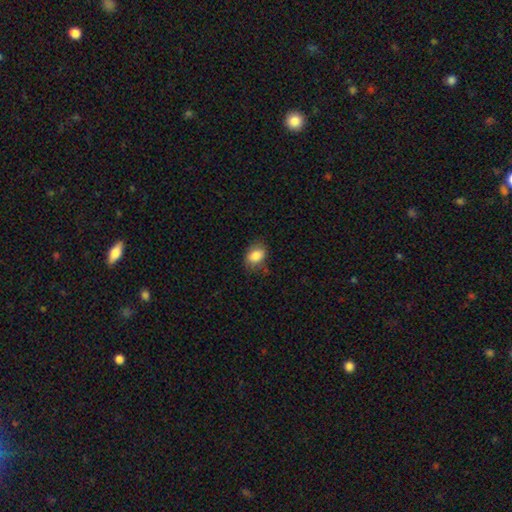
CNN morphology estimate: This appears to be a smooth galaxy with no disk features (85%) that is in between round and cigar-shaped (74%). Merging: none (75%).